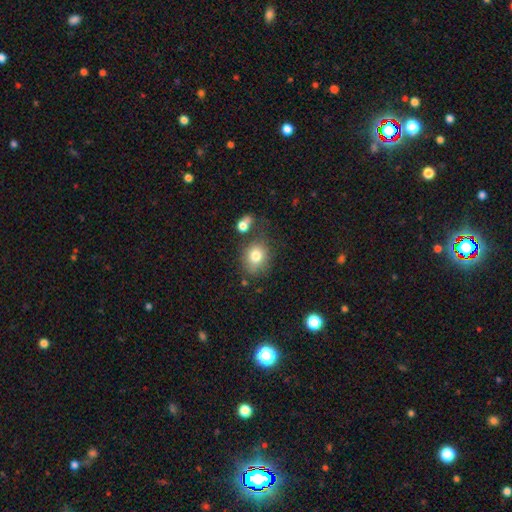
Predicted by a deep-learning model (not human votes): Morphology: type=smooth (79%); roundness=round (62%); merging=none (66%).